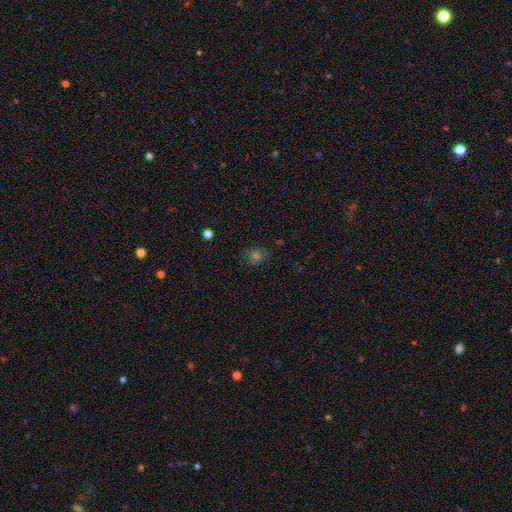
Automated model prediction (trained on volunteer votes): Overall: smooth (55%; star or artifact 29%). How rounded: round (70%). Merging: none (79%).